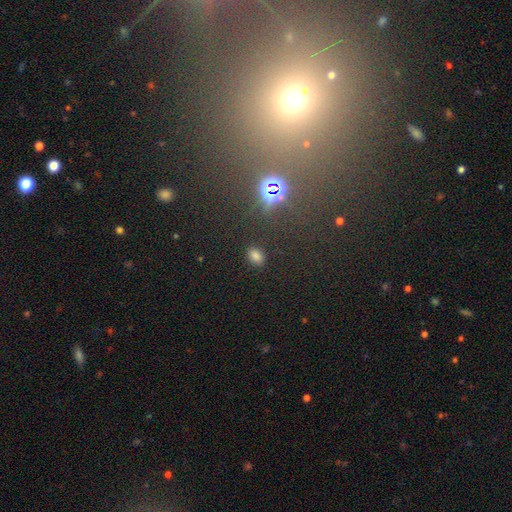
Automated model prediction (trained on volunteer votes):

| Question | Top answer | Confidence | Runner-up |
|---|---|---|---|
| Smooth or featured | smooth | 68% | star or artifact (26%) |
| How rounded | in between | 81% | round (17%) |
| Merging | none | 86% | minor disturbance (9%) |